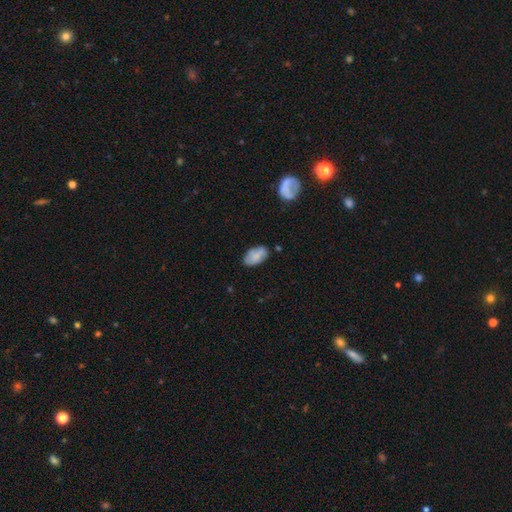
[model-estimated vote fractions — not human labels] Smooth or featured?
  - smooth: 73% *
  - featured or disk: 20%
  - star or artifact: 7%
How rounded?
  - in between: 93% *
  - round: 5%
  - cigar-shaped: 2%
Merging?
  - none: 73% *
  - minor disturbance: 21%
  - major disturbance: 4%
  - merger: 3%